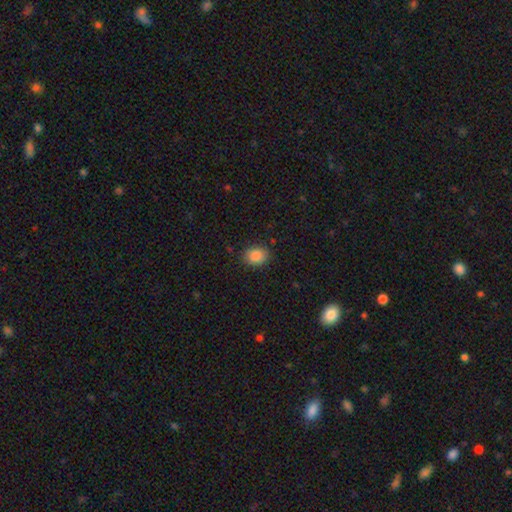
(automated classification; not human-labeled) Overall: smooth (87%). How rounded: in between (51%; round 48%). Merging: none (85%).